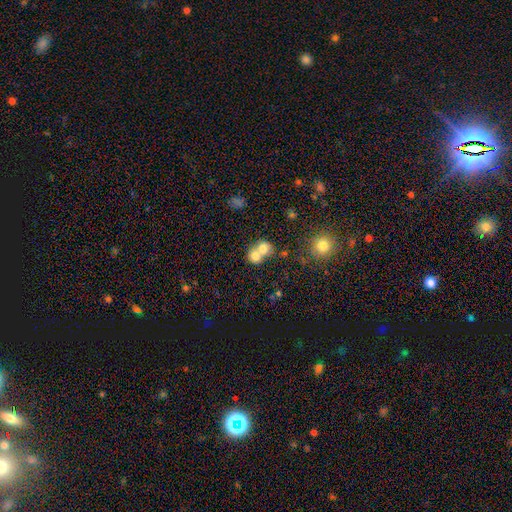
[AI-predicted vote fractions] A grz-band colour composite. It shows a smooth galaxy with no disk features (72%) that is round (69%). Merging: merger (71%).